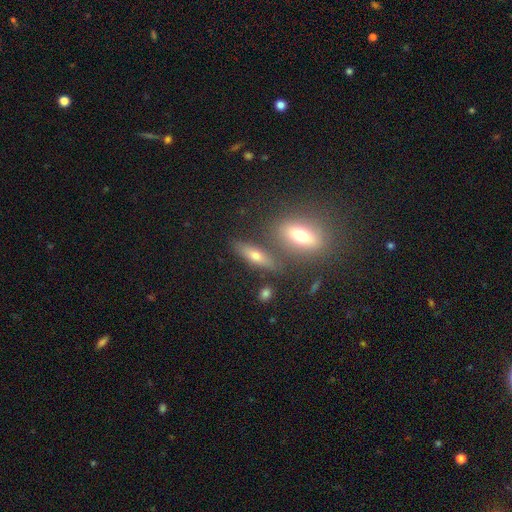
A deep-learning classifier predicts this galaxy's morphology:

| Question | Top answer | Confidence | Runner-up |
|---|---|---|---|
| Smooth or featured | smooth | 47% | featured or disk (40%) |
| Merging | none | 69% | merger (17%) |